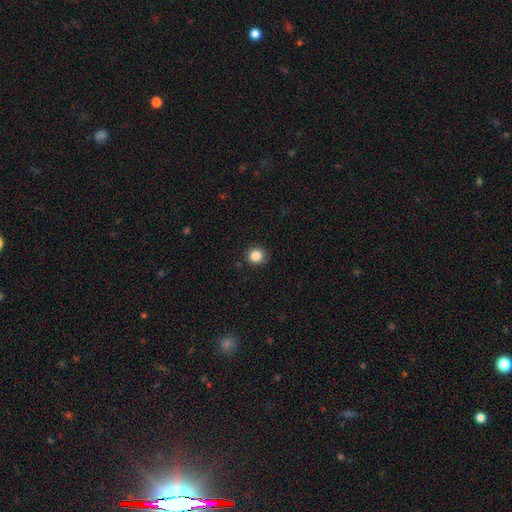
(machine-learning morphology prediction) smooth-or-featured: smooth: 86% | star or artifact: 10% | featured or disk: 3%
  how-rounded: round: 90% | in between: 9% | cigar-shaped: 1%
  merging: none: 88% | minor disturbance: 9% | major disturbance: 2% | merger: 1%